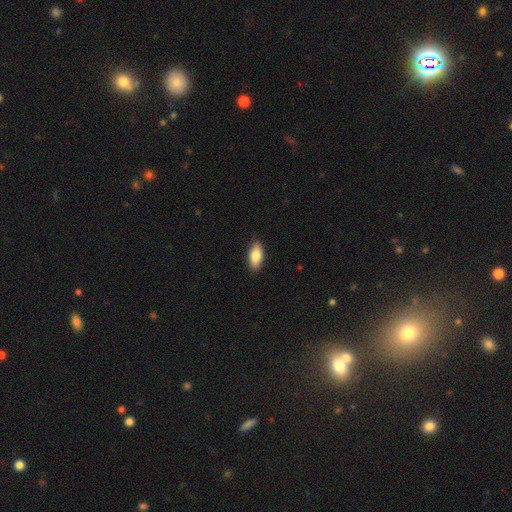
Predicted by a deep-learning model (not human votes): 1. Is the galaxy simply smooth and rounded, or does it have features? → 81% smooth, 12% featured or disk, 6% star or artifact.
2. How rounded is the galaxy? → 85% in between, 12% cigar-shaped, 3% round.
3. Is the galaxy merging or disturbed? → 88% none, 9% minor disturbance, 2% major disturbance, 1% merger.